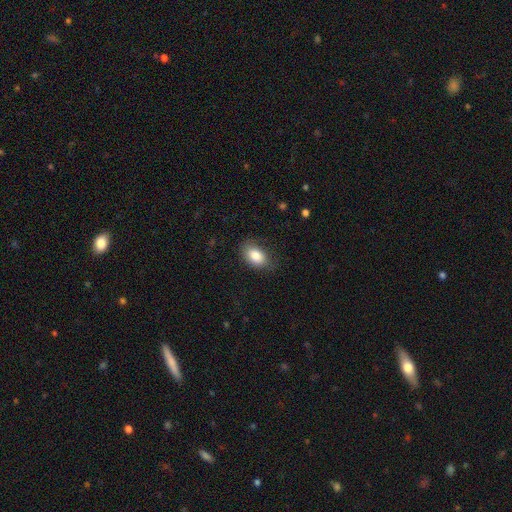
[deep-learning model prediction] The model was most divided on "merging": none: 77%, minor disturbance: 18%, major disturbance: 4%, merger: 1%. More confident: how rounded — in between (87%); smooth or featured — smooth (84%).